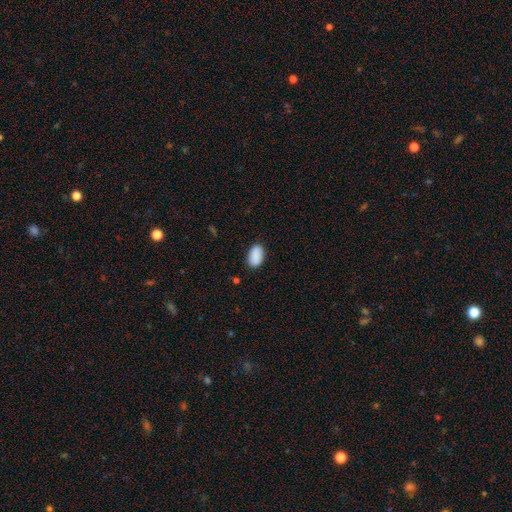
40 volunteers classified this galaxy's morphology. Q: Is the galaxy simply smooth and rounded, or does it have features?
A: smooth — 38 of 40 (95%).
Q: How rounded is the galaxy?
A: in between — 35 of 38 (92%).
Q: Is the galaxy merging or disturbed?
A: none — 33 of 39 (85%).